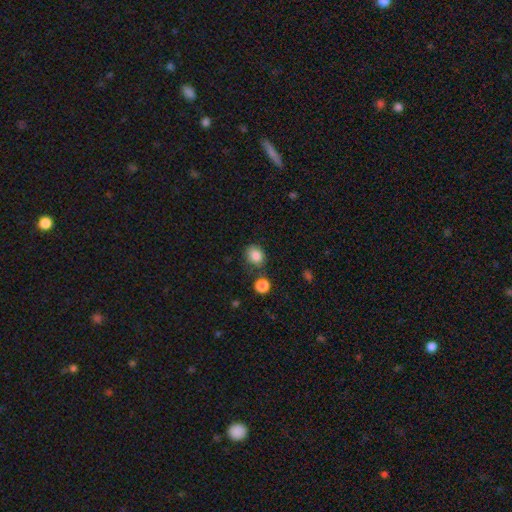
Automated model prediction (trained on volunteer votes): Overall: smooth (85%). How rounded: round (65%; in between 34%). Merging: none (71%).